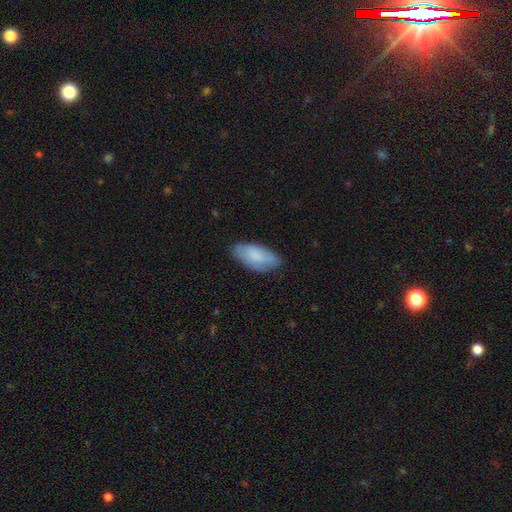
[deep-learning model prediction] smooth-or-featured: smooth: 77% | featured or disk: 16% | star or artifact: 6%
  how-rounded: in between: 91% | cigar-shaped: 7% | round: 2%
  merging: none: 75% | minor disturbance: 20% | major disturbance: 4% | merger: 1%